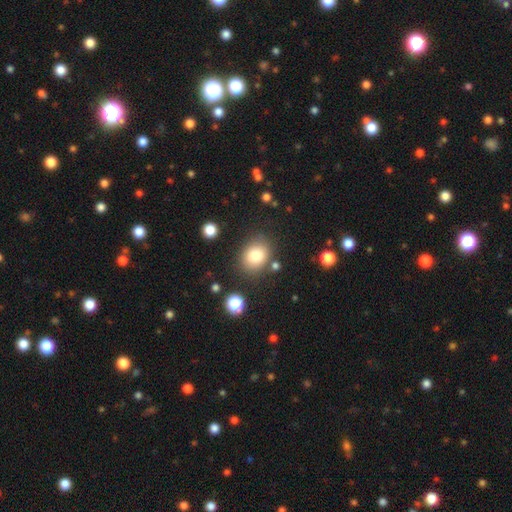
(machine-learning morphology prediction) The model was most divided on "how rounded": round: 50%, in between: 49%, cigar-shaped: 1%. More confident: smooth or featured — smooth (81%); merging — none (78%).